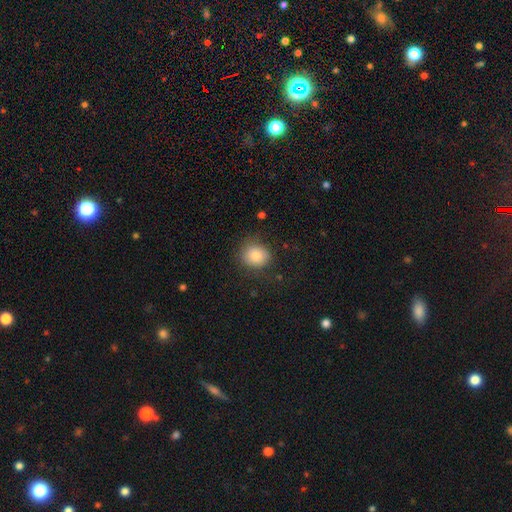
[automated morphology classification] type=smooth (81%); roundness=round (76%); merging=none (80%).